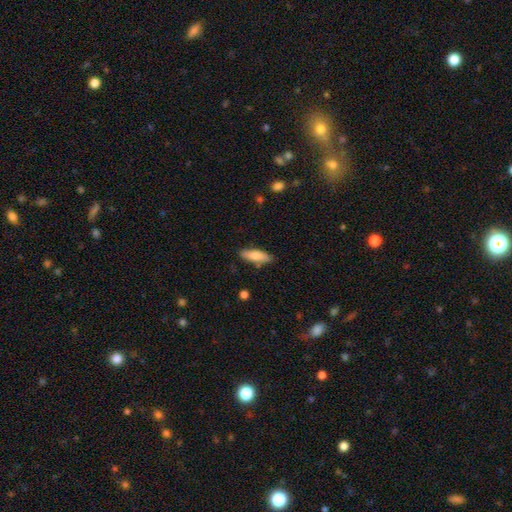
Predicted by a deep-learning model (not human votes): The model was most divided on "how rounded": in between: 55%, cigar-shaped: 43%, round: 2%. More confident: merging — none (82%); smooth or featured — smooth (79%).